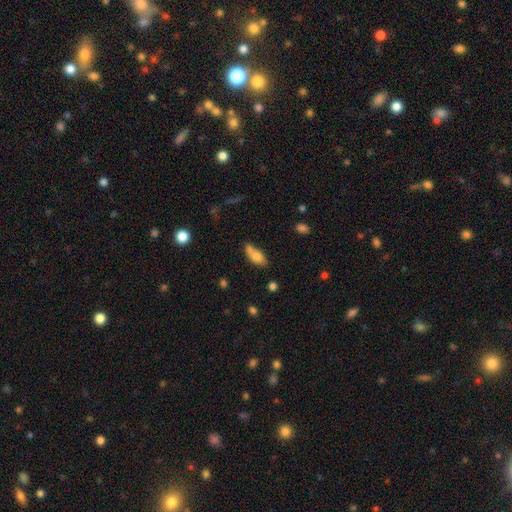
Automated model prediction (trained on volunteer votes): Smooth or featured: smooth — 73% (featured or disk — 19%)
How rounded: in between — 78% (cigar-shaped — 18%)
Merging: none — 48% (minor disturbance — 23%)